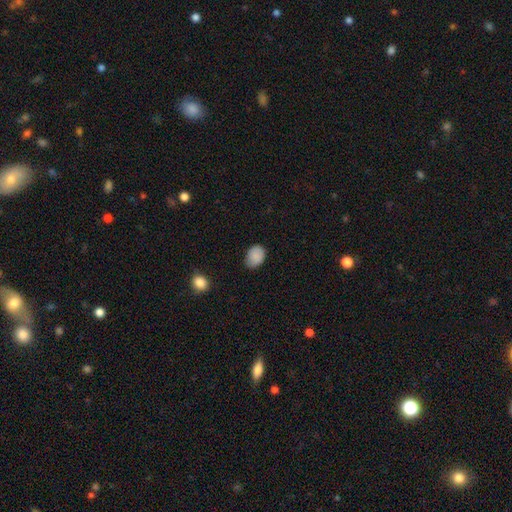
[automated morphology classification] Q: Smooth or featured?
A: smooth (88%); runner-up: star or artifact (8%)
Q: How rounded?
A: in between (69%); runner-up: round (30%)
Q: Merging?
A: none (75%); runner-up: minor disturbance (21%)